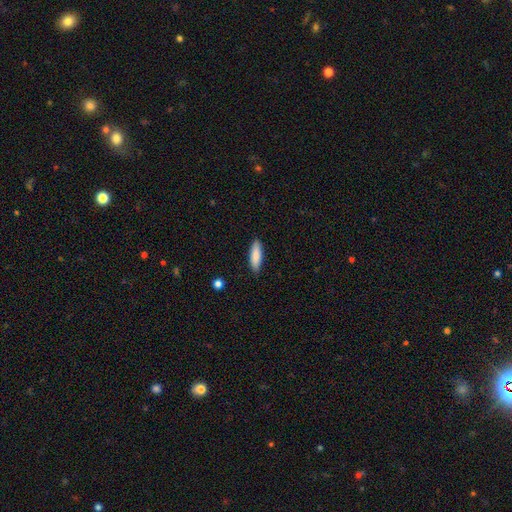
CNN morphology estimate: The model was most divided on "how rounded": in between: 51%, cigar-shaped: 48%, round: 2%. More confident: merging — none (88%); smooth or featured — smooth (86%).